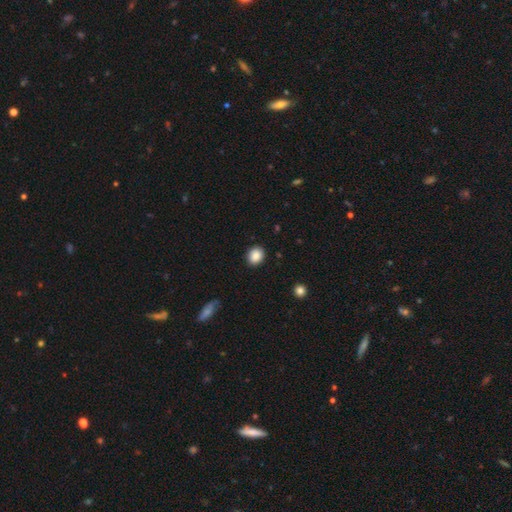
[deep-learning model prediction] This is clearly a smooth galaxy (87%). How rounded: likely round (61%). Merging: clearly none (89%).